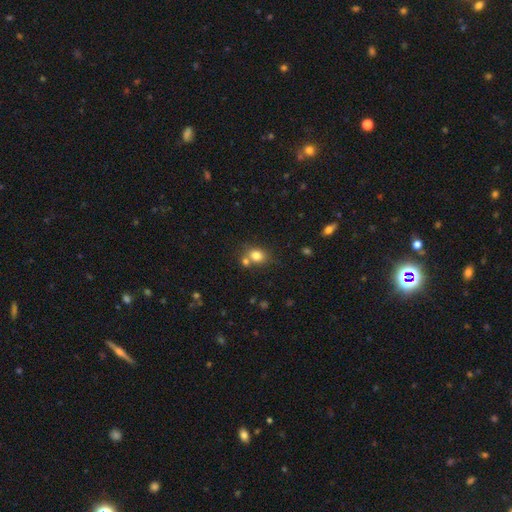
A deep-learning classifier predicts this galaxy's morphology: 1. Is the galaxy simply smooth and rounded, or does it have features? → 80% smooth, 12% star or artifact, 9% featured or disk.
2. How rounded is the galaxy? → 56% round, 43% in between, 1% cigar-shaped.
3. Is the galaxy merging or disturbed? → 55% none, 31% merger, 11% minor disturbance, 4% major disturbance.